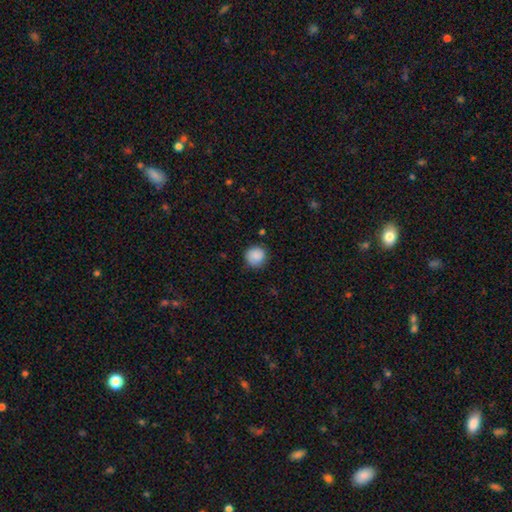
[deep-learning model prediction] Q: Smooth or featured?
A: smooth (88%); runner-up: star or artifact (8%)
Q: How rounded?
A: round (92%); runner-up: in between (7%)
Q: Merging?
A: none (86%); runner-up: minor disturbance (11%)